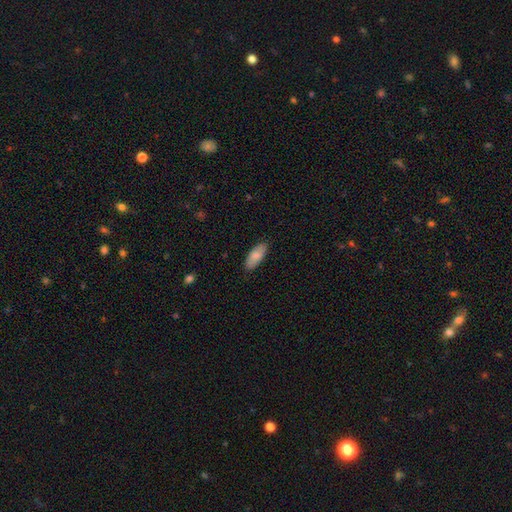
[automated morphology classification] Smooth or featured? Predicted: smooth (p=0.83). How rounded? Predicted: in between (p=0.80). Merging? Predicted: none (p=0.87).